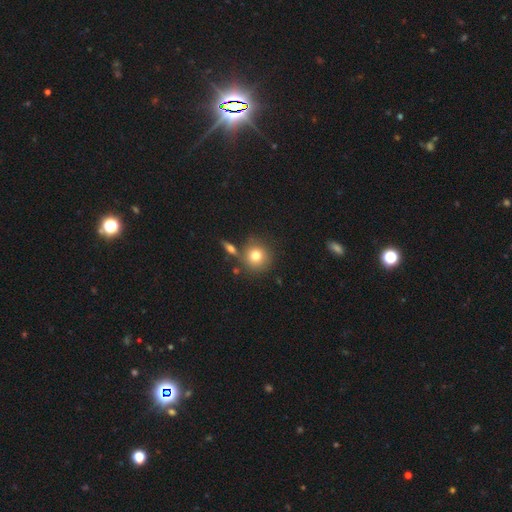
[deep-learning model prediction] This appears to be a smooth galaxy with no disk features (76%) that is round (90%). Merging: none (71%).